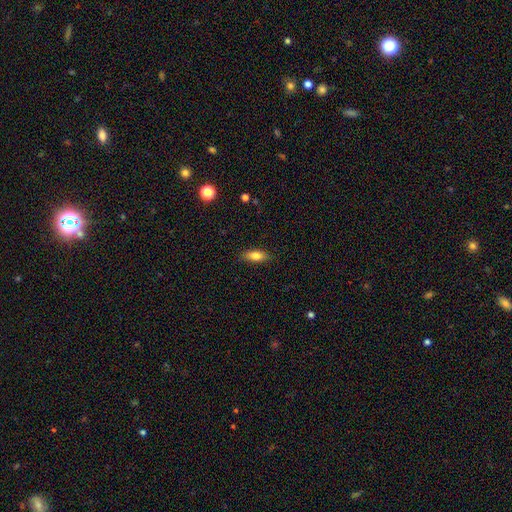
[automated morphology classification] smooth-or-featured: smooth: 77% | featured or disk: 15% | star or artifact: 7%
  how-rounded: in between: 72% | cigar-shaped: 25% | round: 3%
  merging: none: 86% | minor disturbance: 10% | major disturbance: 2% | merger: 1%